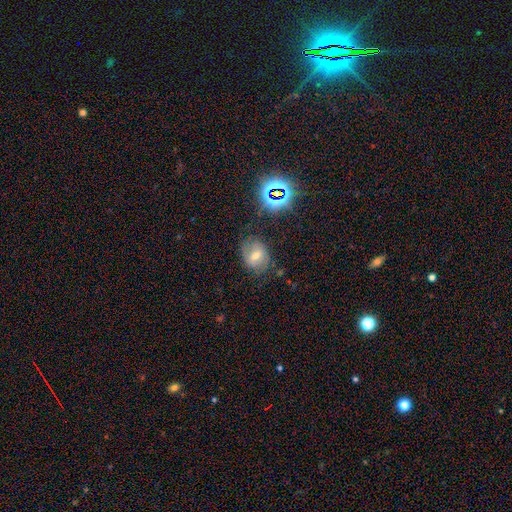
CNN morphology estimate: type=smooth (40%); merging=none (66%).